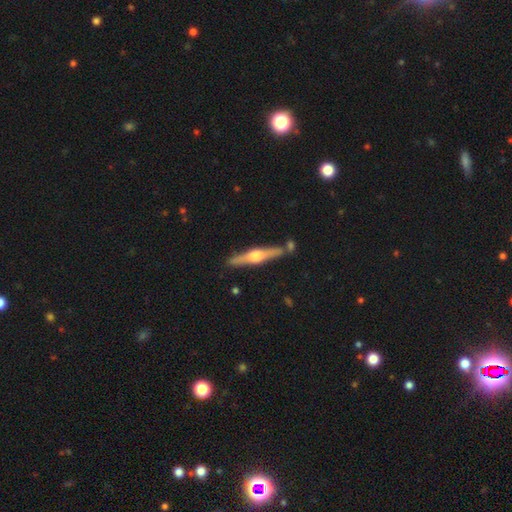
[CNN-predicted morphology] featured or disk 73%, smooth 22%, star or artifact 5%. Down the decision tree: edge-on disk — yes (97%); edge-on bulge — rounded (92%); merging — none (83%).